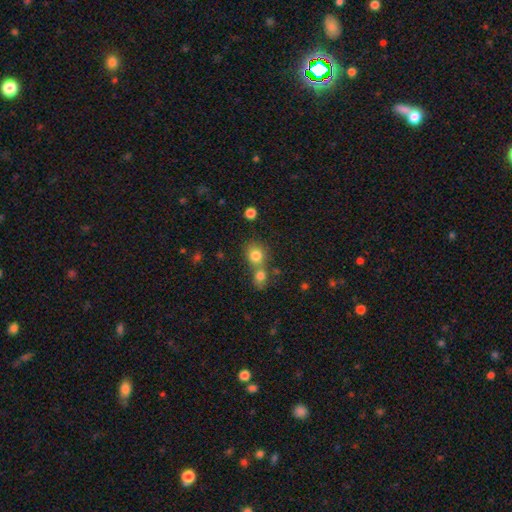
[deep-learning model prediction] Smooth or featured?
  - smooth: 80% *
  - star or artifact: 12%
  - featured or disk: 8%
How rounded?
  - round: 79% *
  - in between: 20%
  - cigar-shaped: 1%
Merging?
  - none: 45% *
  - merger: 43%
  - minor disturbance: 8%
  - major disturbance: 3%